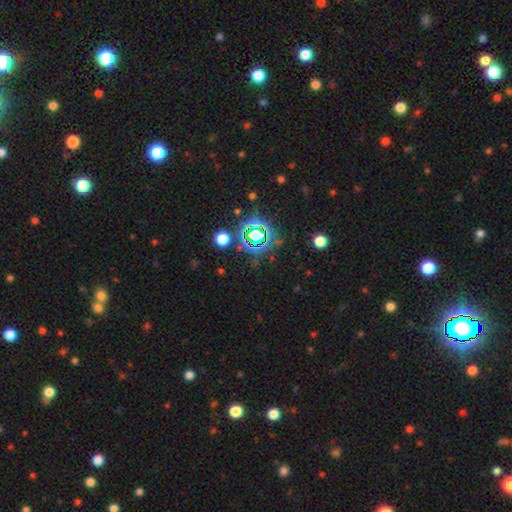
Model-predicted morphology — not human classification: Smooth or featured? Predicted: star or artifact (p=0.78).